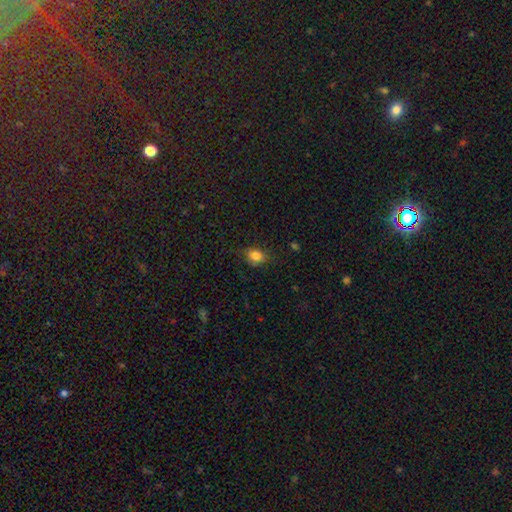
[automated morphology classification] smooth-or-featured: smooth: 82% | star or artifact: 11% | featured or disk: 7%
  how-rounded: in between: 60% | round: 39% | cigar-shaped: 2%
  merging: none: 74% | minor disturbance: 20% | major disturbance: 5% | merger: 1%